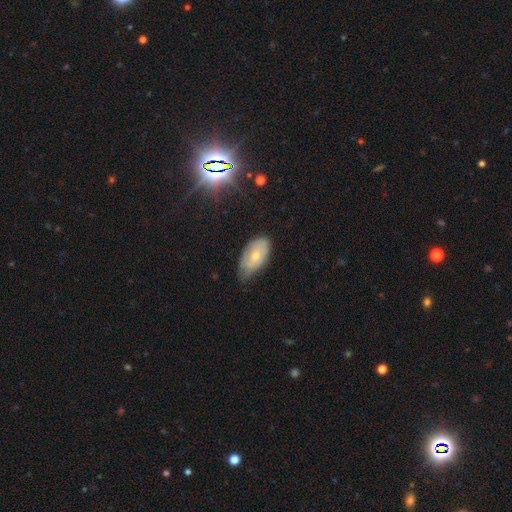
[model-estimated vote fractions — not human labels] smooth 56%, featured or disk 36%, star or artifact 8%. Down the decision tree: how rounded — in between (93%); merging — none (51%).